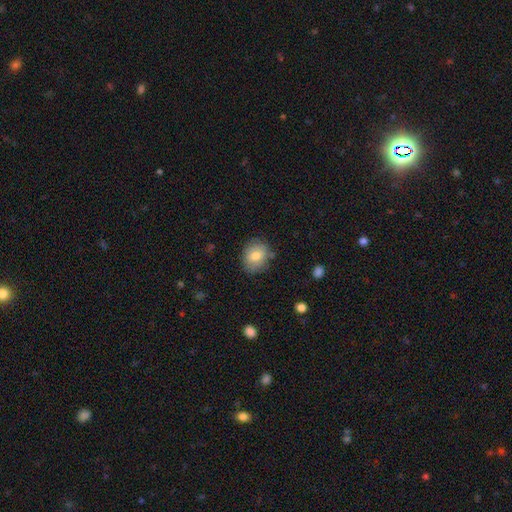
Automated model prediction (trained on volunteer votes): Smooth or featured? Predicted: smooth (p=0.77). How rounded? Predicted: round (p=0.53). Merging? Predicted: none (p=0.77).